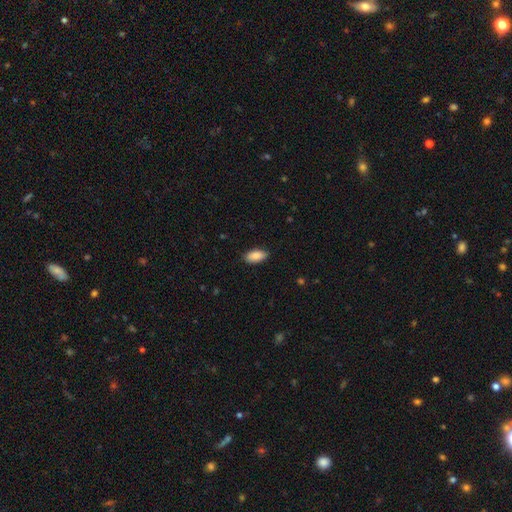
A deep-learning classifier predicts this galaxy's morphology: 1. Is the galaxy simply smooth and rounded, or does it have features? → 89% smooth, 6% star or artifact, 4% featured or disk.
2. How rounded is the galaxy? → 92% in between, 6% cigar-shaped, 2% round.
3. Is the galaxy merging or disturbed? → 87% none, 10% minor disturbance, 2% major disturbance, 1% merger.